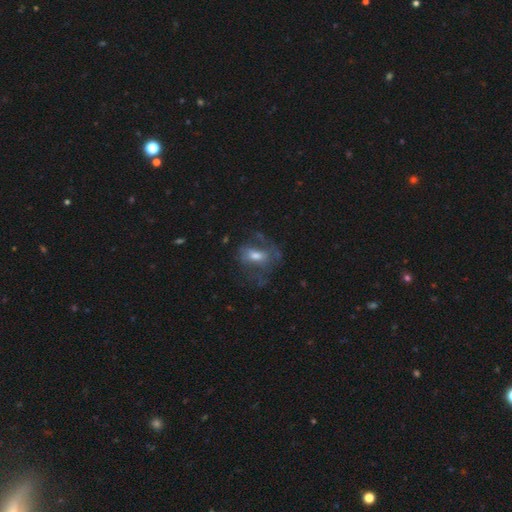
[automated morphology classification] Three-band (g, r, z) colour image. It shows a featured or disk galaxy (54%) with no bar (52%), no spiral arms (51%) and a moderate central bulge (58%). Merging: none (44%).